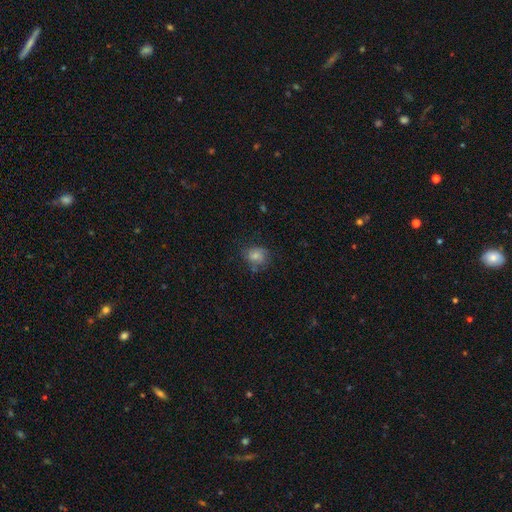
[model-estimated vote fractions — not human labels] smooth 71%, featured or disk 19%, star or artifact 11%. Down the decision tree: how rounded — round (65%); merging — none (59%).